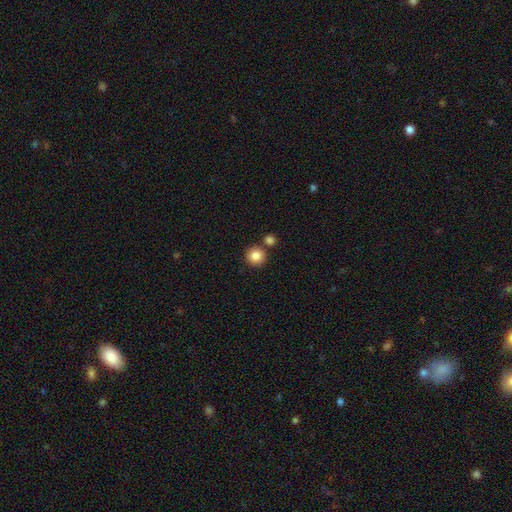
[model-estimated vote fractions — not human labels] This is clearly a smooth galaxy (85%). How rounded: clearly round (94%). Merging: likely none (78%).